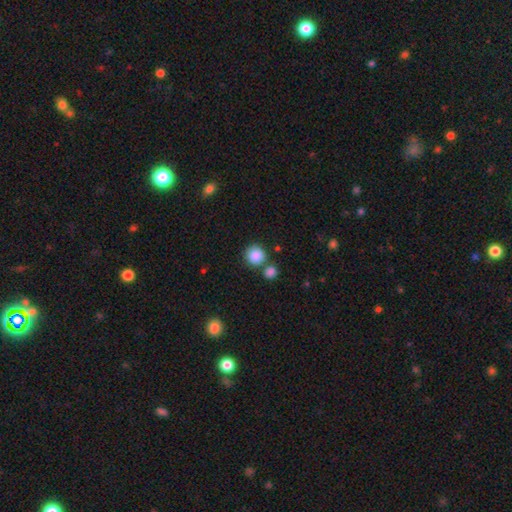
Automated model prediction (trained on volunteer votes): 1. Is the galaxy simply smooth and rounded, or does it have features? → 87% smooth, 8% star or artifact, 5% featured or disk.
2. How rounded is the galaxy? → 92% round, 8% in between, 1% cigar-shaped.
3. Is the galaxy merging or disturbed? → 69% none, 18% merger, 10% minor disturbance, 3% major disturbance.